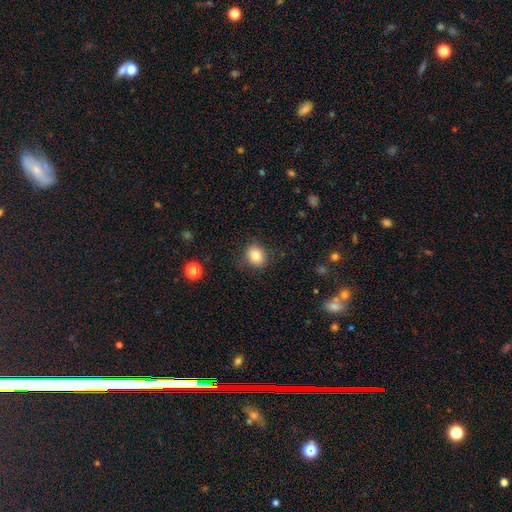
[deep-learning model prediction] Smooth or featured?
  - smooth: 82% *
  - star or artifact: 11%
  - featured or disk: 7%
How rounded?
  - round: 72% *
  - in between: 27%
  - cigar-shaped: 1%
Merging?
  - none: 85% *
  - minor disturbance: 11%
  - major disturbance: 3%
  - merger: 1%